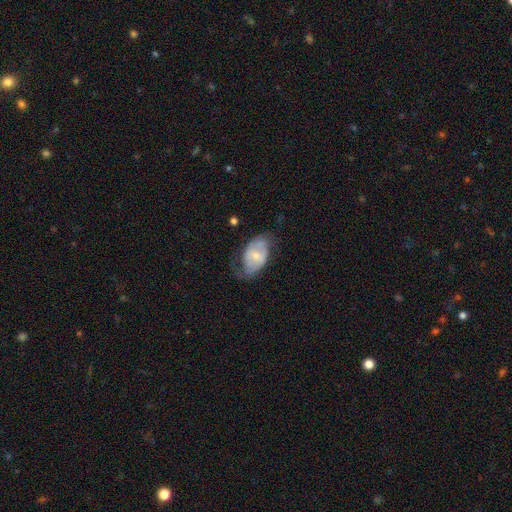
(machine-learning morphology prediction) Smooth or featured? featured or disk (56%)
Edge-on disk? no (95%)
Bar? no (52%)
Spiral arms? yes (67%)
Bulge size? small (47%, tied with moderate)
Merging? none (50%)